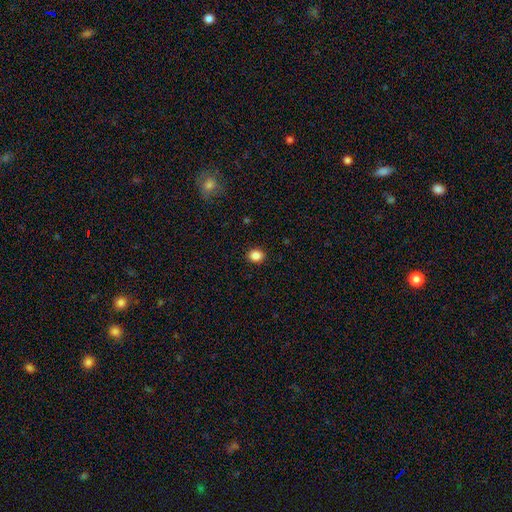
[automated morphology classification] smooth-or-featured: smooth: 86% | star or artifact: 11% | featured or disk: 3%
  how-rounded: round: 69% | in between: 30% | cigar-shaped: 1%
  merging: none: 91% | minor disturbance: 6% | major disturbance: 2% | merger: 1%